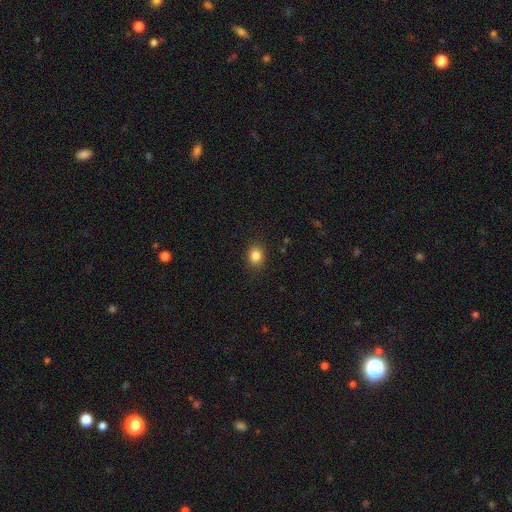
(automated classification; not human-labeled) smooth-or-featured: smooth: 85% | star or artifact: 11% | featured or disk: 5%
  how-rounded: round: 55% | in between: 44% | cigar-shaped: 1%
  merging: none: 89% | minor disturbance: 8% | major disturbance: 2% | merger: 1%